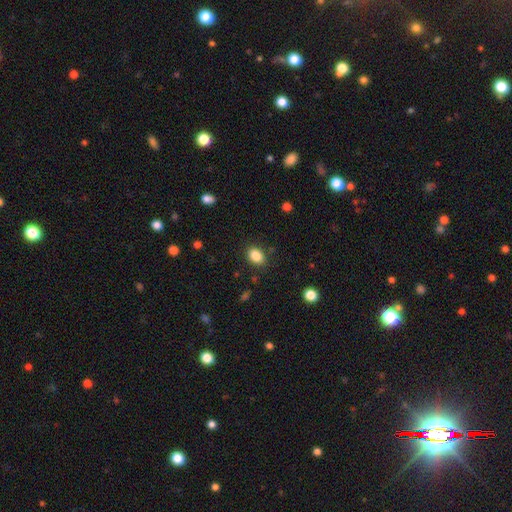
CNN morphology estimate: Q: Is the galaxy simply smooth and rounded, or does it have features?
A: smooth — 86%.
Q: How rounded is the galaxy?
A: in between — 75%.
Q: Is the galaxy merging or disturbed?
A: none — 86%.